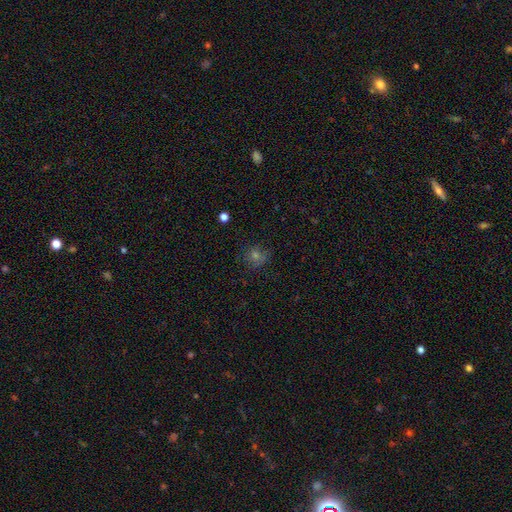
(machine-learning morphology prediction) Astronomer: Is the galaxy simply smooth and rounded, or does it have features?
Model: smooth — 56%.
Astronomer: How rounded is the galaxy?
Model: round — 86%.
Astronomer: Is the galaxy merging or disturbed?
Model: none — 80%.